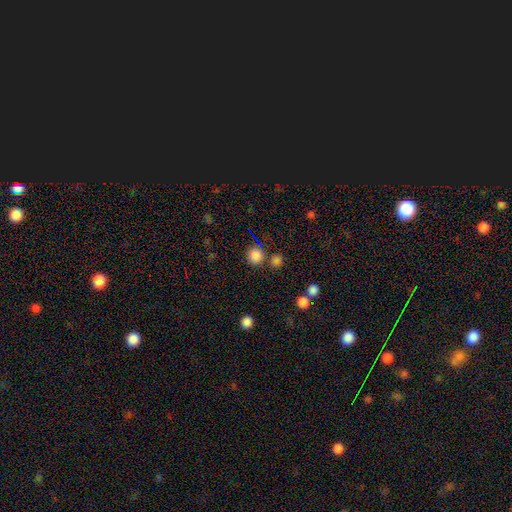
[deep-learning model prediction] This appears to be a smooth galaxy with no disk features (83%) that is round (92%). Merging: none (80%).